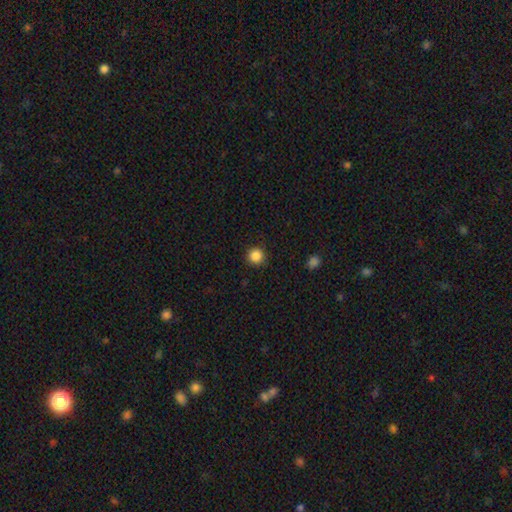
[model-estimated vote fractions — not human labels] A smooth galaxy with no disk features (86%) that is round (94%).

Vote fractions:
- Smooth or featured? smooth: 86% / star or artifact: 11% / featured or disk: 3%
- How rounded? round: 94% / in between: 5% / cigar-shaped: 1%
- Merging? none: 90% / minor disturbance: 6% / major disturbance: 2% / merger: 1%